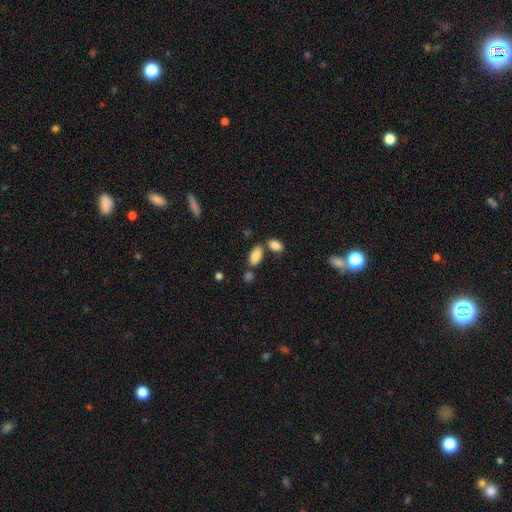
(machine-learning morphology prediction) A smooth galaxy with no disk features (85%) that is in between round and cigar-shaped (91%).

Vote fractions:
- Smooth or featured? smooth: 85% / featured or disk: 8% / star or artifact: 7%
- How rounded? in between: 91% / cigar-shaped: 6% / round: 3%
- Merging? none: 66% / merger: 18% / minor disturbance: 12% / major disturbance: 4%